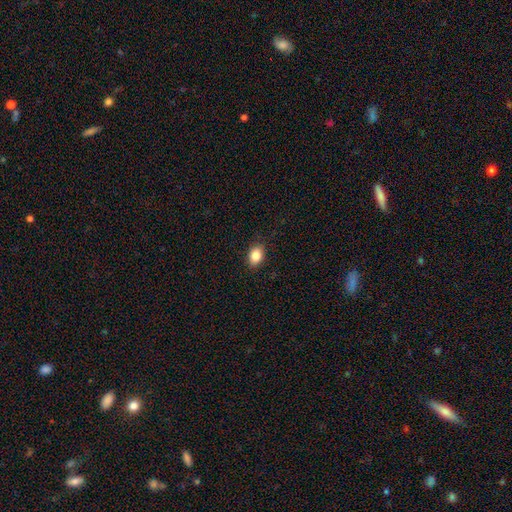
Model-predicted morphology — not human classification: Smooth or featured?
  - smooth: 85% *
  - star or artifact: 9%
  - featured or disk: 6%
How rounded?
  - in between: 77% *
  - round: 22%
  - cigar-shaped: 1%
Merging?
  - none: 87% *
  - minor disturbance: 10%
  - major disturbance: 2%
  - merger: 1%